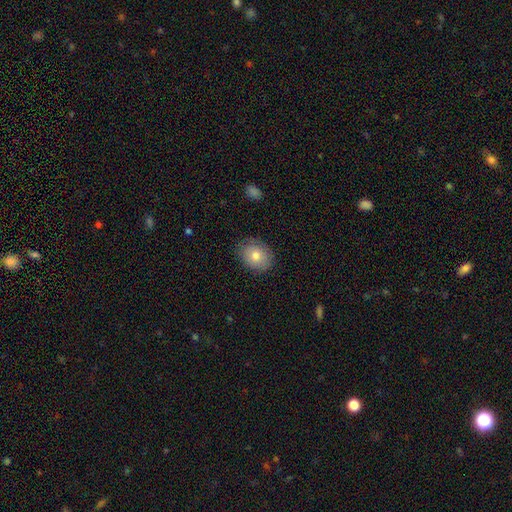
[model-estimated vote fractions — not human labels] This is likely a smooth galaxy (77%). How rounded: possibly in between (52%). Merging: clearly none (82%).